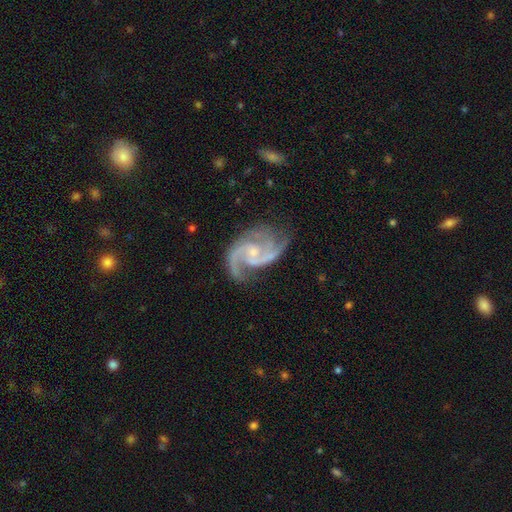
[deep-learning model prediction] smooth_or_featured: featured or disk (p=0.91) [alt: star or artifact p=0.05]
disk_edge_on: no (p=0.98) [alt: yes p=0.02]
bar: no (p=0.48) [alt: weak p=0.41]
has_spiral_arms: yes (p=0.98) [alt: no p=0.02]
spiral_winding: medium (p=0.57) [alt: loose p=0.23]
spiral_arm_count: 2 (p=0.73) [alt: 3 p=0.14]
bulge_size: small (p=0.65) [alt: moderate p=0.28]
merging: none (p=0.68) [alt: minor disturbance p=0.20]